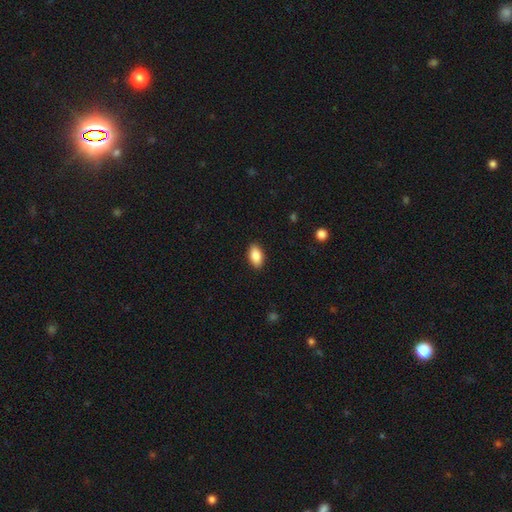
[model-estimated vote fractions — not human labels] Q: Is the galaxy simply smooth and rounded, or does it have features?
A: smooth — 88%.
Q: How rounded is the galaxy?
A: in between — 93%.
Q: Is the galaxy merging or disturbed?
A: none — 89%.